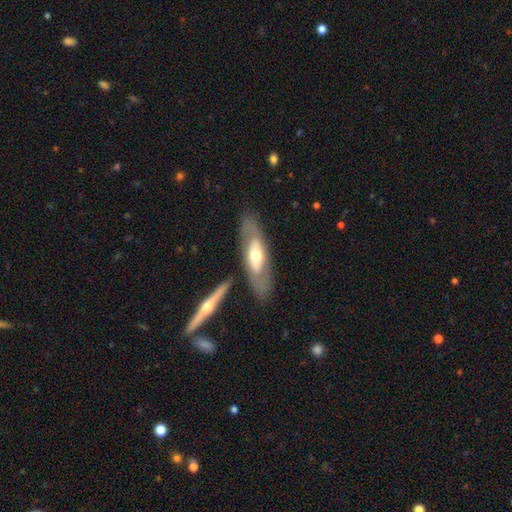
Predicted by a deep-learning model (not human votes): Morphology: type=featured or disk (57%); edge-on=no (65%); merging=none (73%).